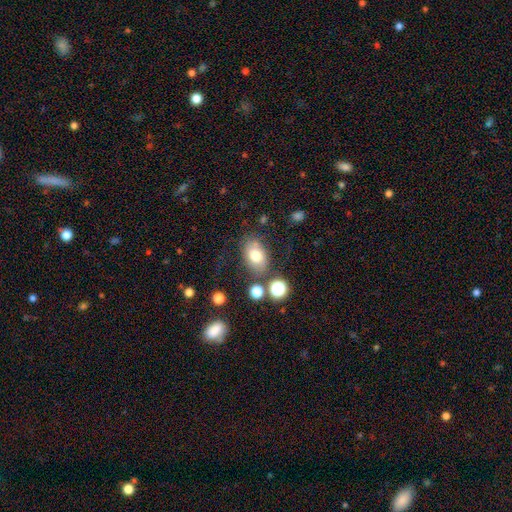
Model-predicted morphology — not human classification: smooth 73%, featured or disk 15%, star or artifact 12%. Down the decision tree: how rounded — in between (80%); merging — none (69%).